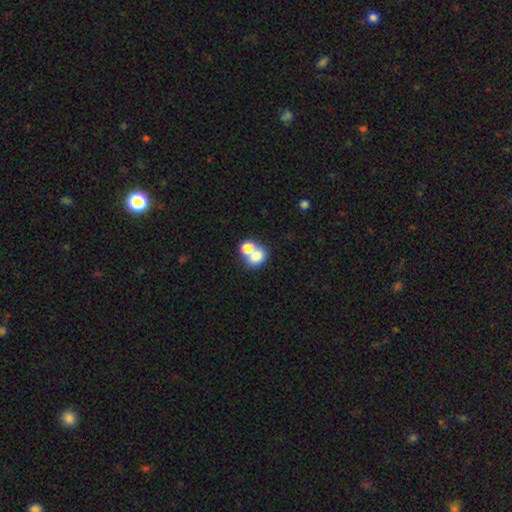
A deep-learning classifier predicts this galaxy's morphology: The model was most divided on "how rounded": in between: 58%, round: 41%, cigar-shaped: 1%. More confident: smooth or featured — smooth (74%); merging — merger (59%).